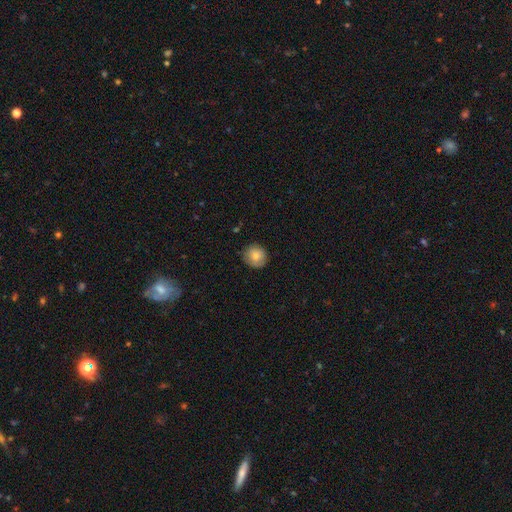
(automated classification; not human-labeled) Q: Smooth or featured?
A: smooth (81%); runner-up: featured or disk (11%)
Q: How rounded?
A: round (90%); runner-up: in between (9%)
Q: Merging?
A: none (85%); runner-up: minor disturbance (12%)